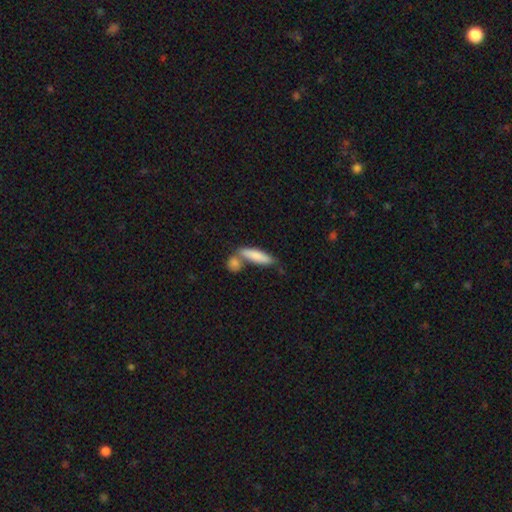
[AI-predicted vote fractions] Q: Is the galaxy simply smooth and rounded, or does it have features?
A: smooth — 80%.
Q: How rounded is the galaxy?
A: cigar-shaped — 68%.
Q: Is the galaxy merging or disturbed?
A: none — 54%.